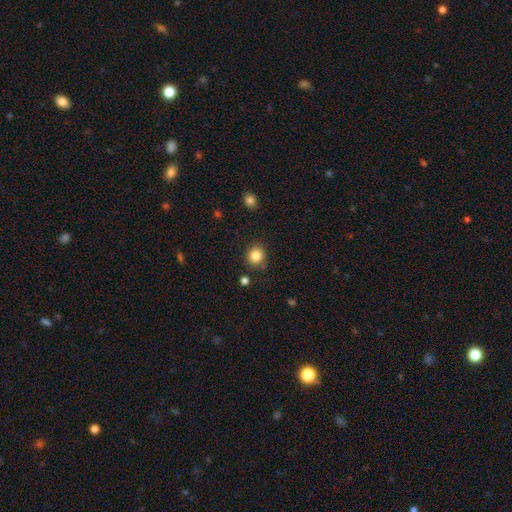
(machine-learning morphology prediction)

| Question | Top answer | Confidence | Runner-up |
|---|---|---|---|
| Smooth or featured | smooth | 85% | star or artifact (10%) |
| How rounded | round | 85% | in between (14%) |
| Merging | none | 86% | minor disturbance (8%) |